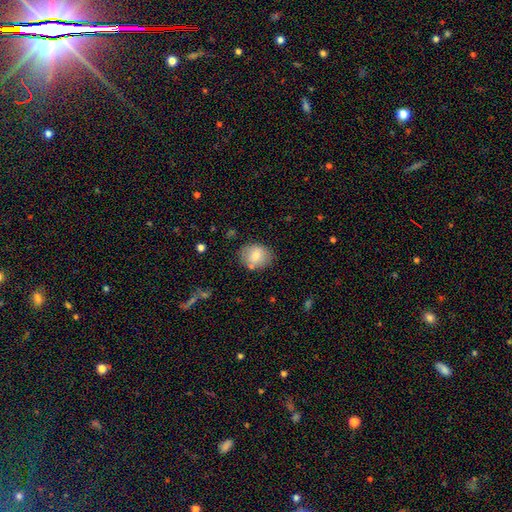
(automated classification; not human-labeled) A smooth galaxy with no disk features (76%) that is round (53%). Merging: none (75%).